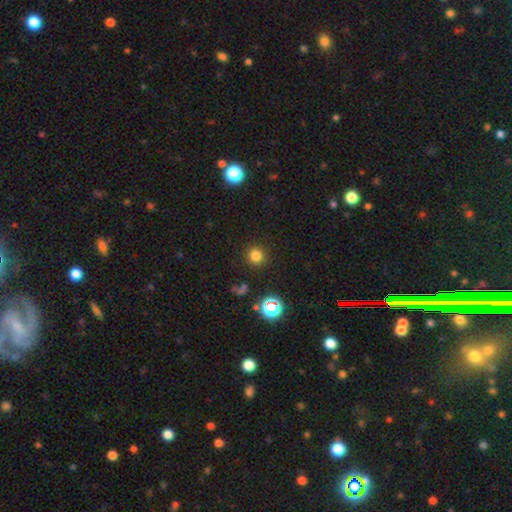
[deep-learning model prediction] Smooth or featured? Predicted: smooth (p=0.78). How rounded? Predicted: round (p=0.93). Merging? Predicted: none (p=0.89).